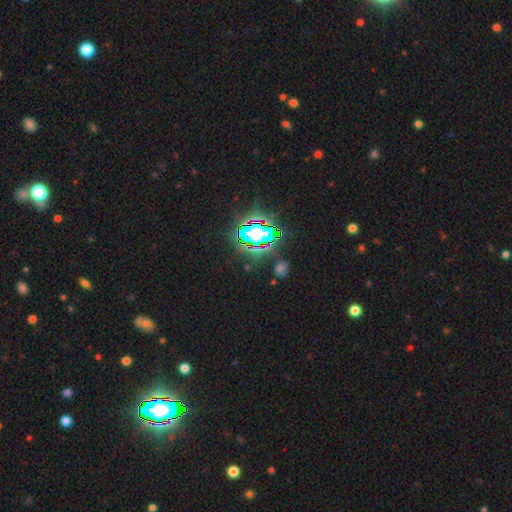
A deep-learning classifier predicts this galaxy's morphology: Overall: star or artifact (82%).